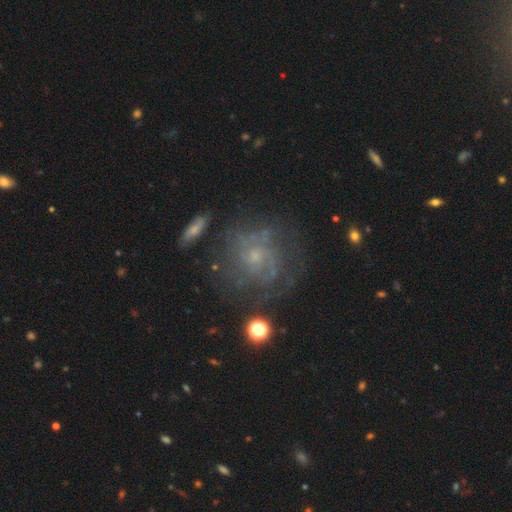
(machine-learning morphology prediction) Smooth or featured: featured or disk — 69% (smooth — 18%)
Edge-on disk: no — 97% (yes — 3%)
Bar: no — 77% (weak — 20%)
Spiral arms: yes — 76% (no — 24%)
Spiral winding: tight — 53% (medium — 33%)
Spiral arm count: can't tell — 52% (2 — 18%)
Bulge size: small — 65% (moderate — 22%)
Merging: none — 64% (minor disturbance — 18%)